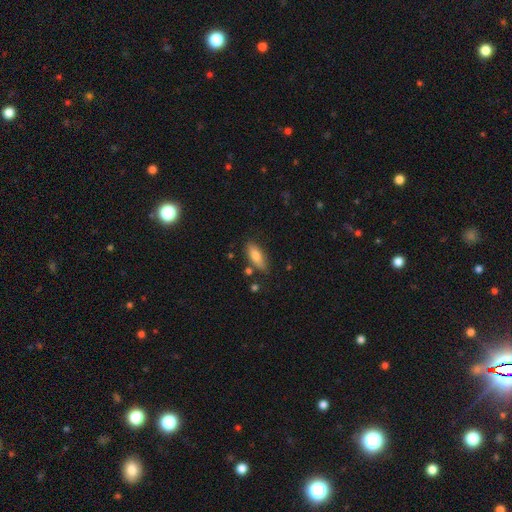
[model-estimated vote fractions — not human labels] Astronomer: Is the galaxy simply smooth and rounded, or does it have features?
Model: smooth — 78%.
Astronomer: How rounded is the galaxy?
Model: in between — 69%.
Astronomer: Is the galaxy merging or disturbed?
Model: none — 76%.